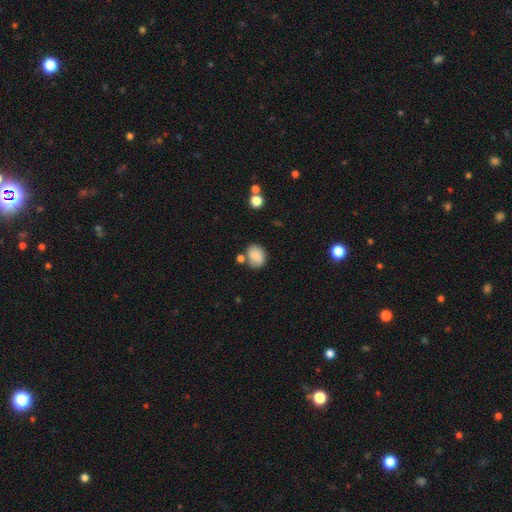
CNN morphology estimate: A smooth galaxy with no disk features (81%) that is round (52%).

Vote fractions:
- Smooth or featured? smooth: 81% / featured or disk: 10% / star or artifact: 9%
- How rounded? round: 52% / in between: 47% / cigar-shaped: 1%
- Merging? none: 67% / minor disturbance: 16% / merger: 13% / major disturbance: 4%